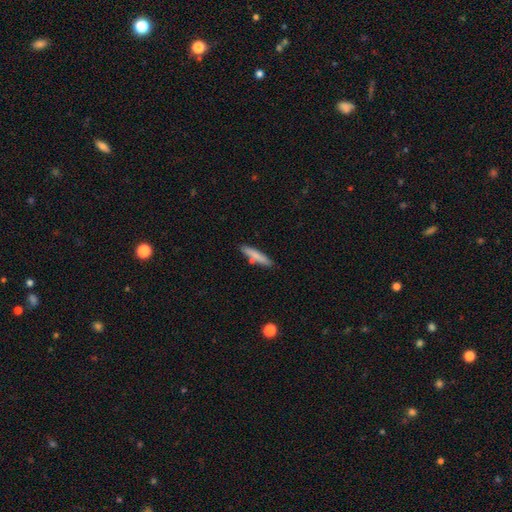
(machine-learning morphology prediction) Smooth or featured: smooth — 78% (featured or disk — 16%)
How rounded: cigar-shaped — 87% (in between — 11%)
Merging: none — 78% (minor disturbance — 11%)